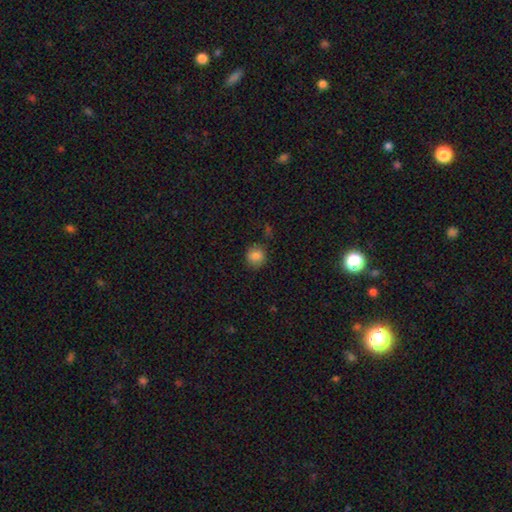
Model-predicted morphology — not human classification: Smooth or featured? smooth (84%)
How rounded? round (83%)
Merging? none (82%)